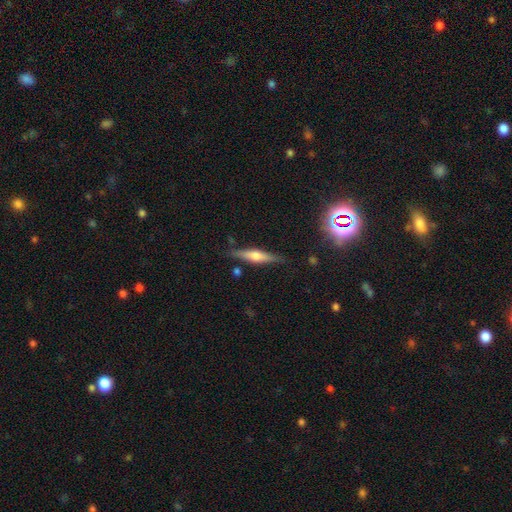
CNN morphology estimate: featured or disk 58%, smooth 36%, star or artifact 7%. Down the decision tree: edge-on disk — yes (95%); edge-on bulge — rounded (88%); merging — none (82%).